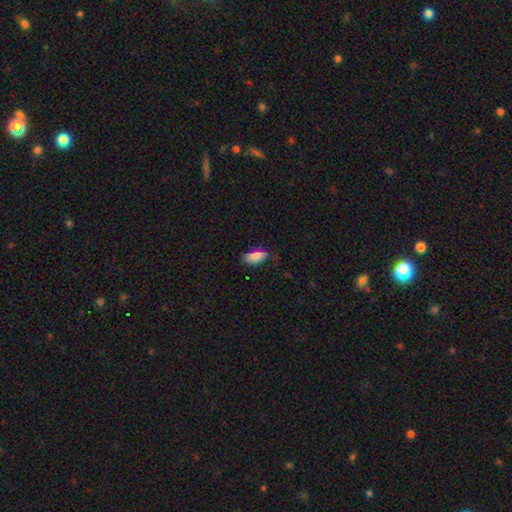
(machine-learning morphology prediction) Smooth or featured: smooth — 84% (star or artifact — 9%)
How rounded: in between — 90% (cigar-shaped — 8%)
Merging: none — 65% (minor disturbance — 27%)